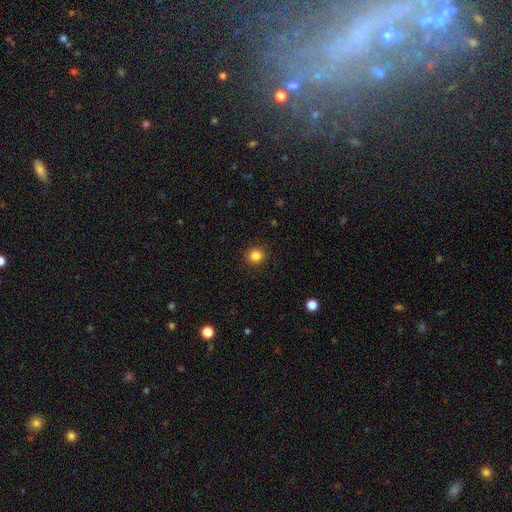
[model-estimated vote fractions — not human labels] This is clearly a smooth galaxy (84%). How rounded: clearly round (86%). Merging: clearly none (91%).